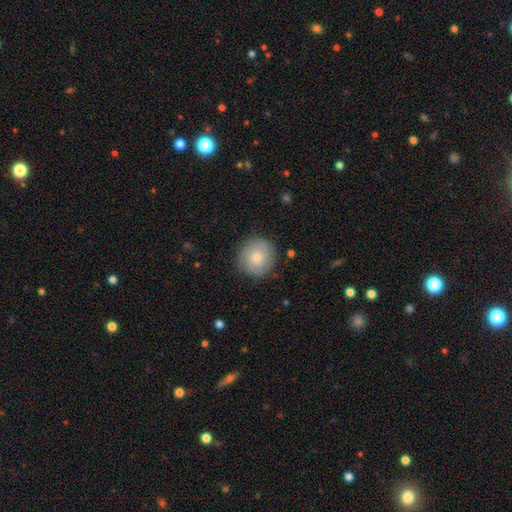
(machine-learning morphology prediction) smooth-or-featured: smooth: 61% | featured or disk: 31% | star or artifact: 8%
  how-rounded: round: 92% | in between: 7% | cigar-shaped: 1%
  merging: none: 85% | minor disturbance: 11% | major disturbance: 3% | merger: 1%